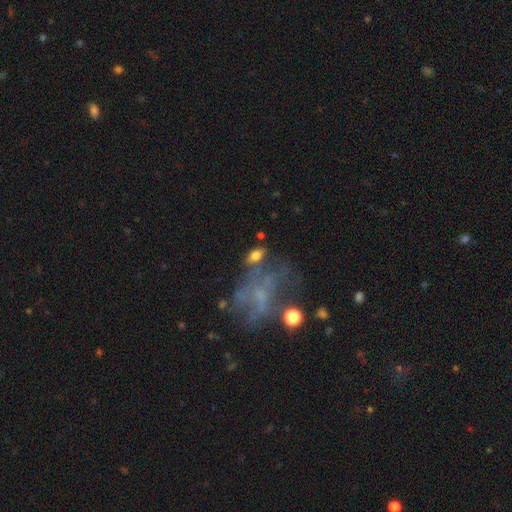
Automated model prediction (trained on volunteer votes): A smooth galaxy with no disk features (67%) that is in between round and cigar-shaped (82%).

Vote fractions:
- Smooth or featured? smooth: 67% / featured or disk: 22% / star or artifact: 12%
- How rounded? in between: 82% / round: 11% / cigar-shaped: 7%
- Merging? none: 59% / minor disturbance: 18% / merger: 12% / major disturbance: 11%